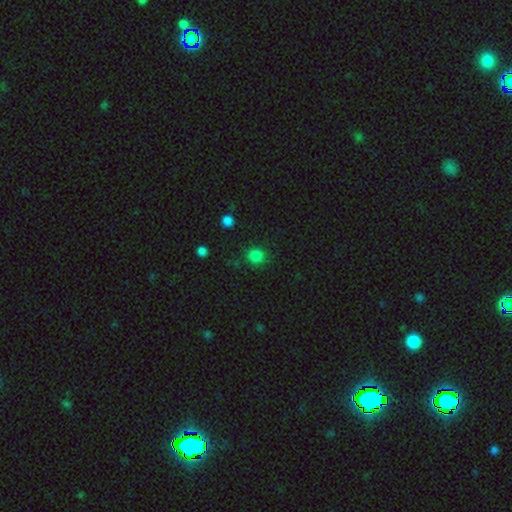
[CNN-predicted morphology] type=smooth (83%); roundness=round (89%); merging=none (86%).